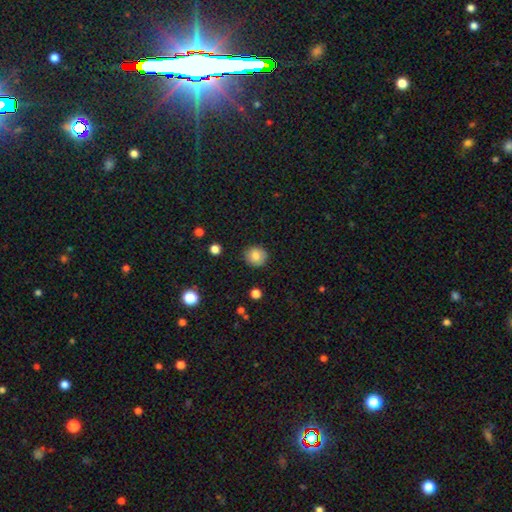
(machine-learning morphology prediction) smooth 84%, star or artifact 9%, featured or disk 7%. Down the decision tree: how rounded — round (91%); merging — none (89%).